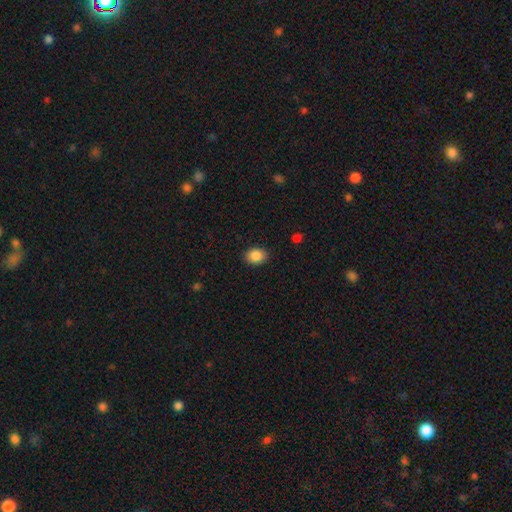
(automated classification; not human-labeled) Smooth or featured: smooth — 88% (star or artifact — 8%)
How rounded: in between — 60% (round — 39%)
Merging: none — 89% (minor disturbance — 8%)